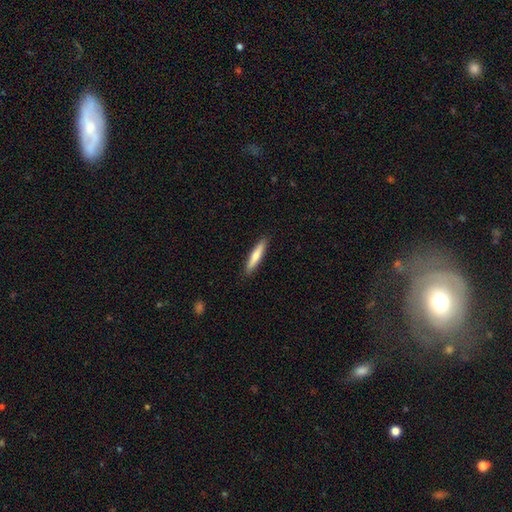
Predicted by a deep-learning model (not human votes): This is likely a smooth galaxy (71%). How rounded: clearly cigar-shaped (89%). Merging: clearly none (91%).